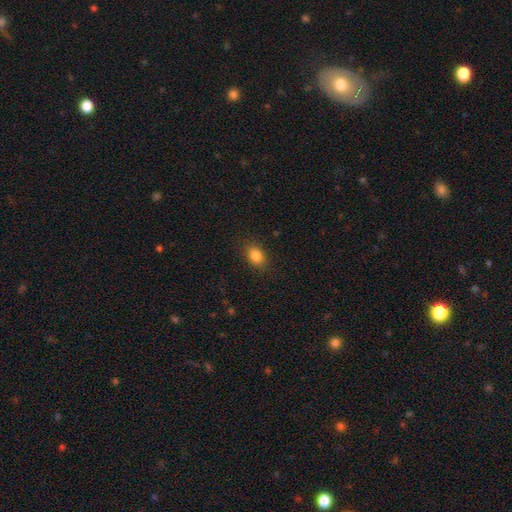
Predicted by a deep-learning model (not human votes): Overall: smooth (85%). How rounded: in between (71%). Merging: none (87%).